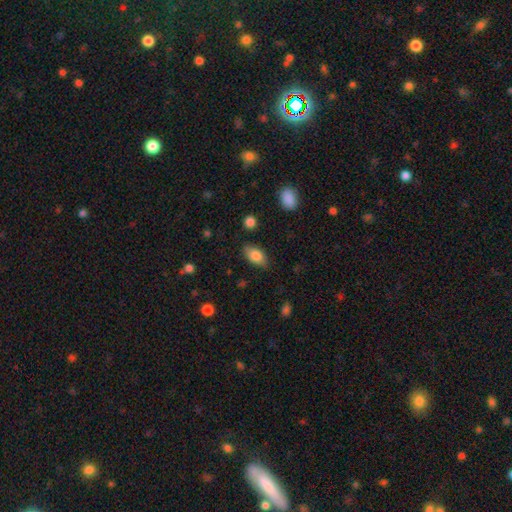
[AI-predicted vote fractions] A smooth galaxy with no disk features (83%) that is in between round and cigar-shaped (91%).

Vote fractions:
- Smooth or featured? smooth: 83% / featured or disk: 10% / star or artifact: 7%
- How rounded? in between: 91% / round: 6% / cigar-shaped: 3%
- Merging? none: 83% / minor disturbance: 13% / major disturbance: 3% / merger: 1%